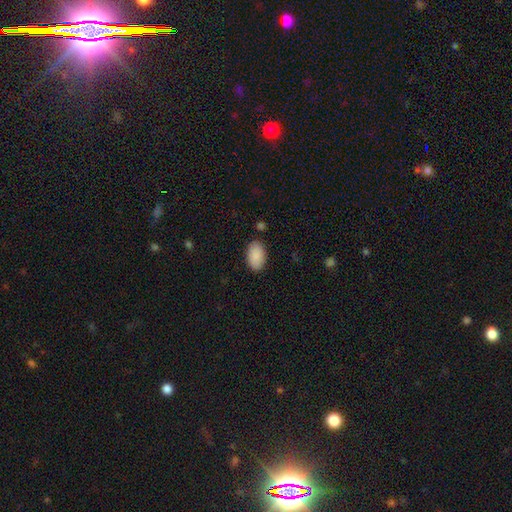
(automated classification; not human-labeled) smooth-or-featured: smooth: 90% | star or artifact: 6% | featured or disk: 4%
  how-rounded: in between: 94% | round: 5% | cigar-shaped: 1%
  merging: none: 87% | minor disturbance: 9% | major disturbance: 2% | merger: 2%